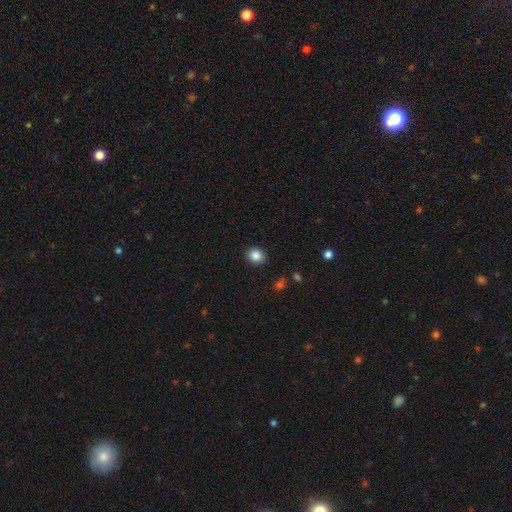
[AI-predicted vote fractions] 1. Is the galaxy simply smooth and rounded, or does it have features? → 86% smooth, 10% star or artifact, 5% featured or disk.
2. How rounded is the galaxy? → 77% round, 22% in between, 1% cigar-shaped.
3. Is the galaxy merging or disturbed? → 90% none, 7% minor disturbance, 2% major disturbance, 1% merger.